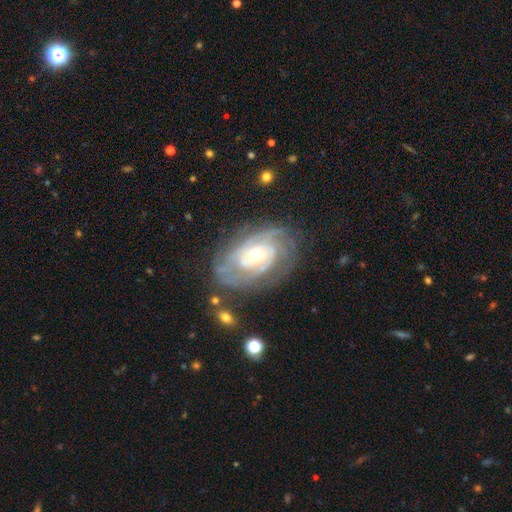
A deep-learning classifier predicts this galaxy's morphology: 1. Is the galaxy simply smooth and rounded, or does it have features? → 86% featured or disk, 9% smooth, 6% star or artifact.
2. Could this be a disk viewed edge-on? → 96% no, 4% yes.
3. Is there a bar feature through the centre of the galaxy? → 69% no, 24% weak, 7% strong.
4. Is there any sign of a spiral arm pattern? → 94% yes, 6% no.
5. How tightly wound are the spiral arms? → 67% tight, 27% medium, 6% loose.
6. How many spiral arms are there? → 35% can't tell, 21% 3, 20% 2, 12% 4, 6% more than 4, 5% 1.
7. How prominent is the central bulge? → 55% small, 40% moderate, 3% large, 1% none, 1% dominant.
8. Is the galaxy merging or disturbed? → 69% none, 19% minor disturbance, 9% major disturbance, 2% merger.